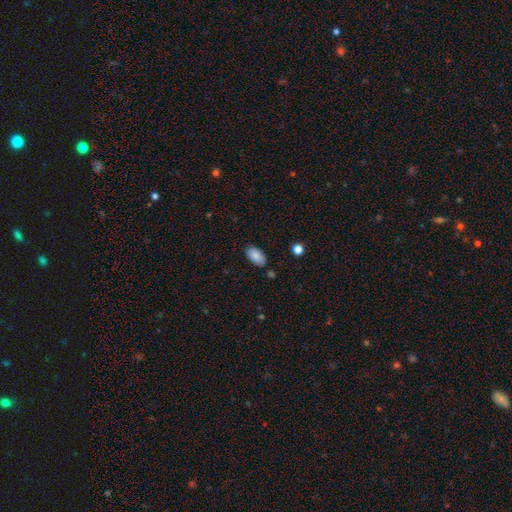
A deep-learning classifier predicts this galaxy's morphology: This appears to be a smooth galaxy with no disk features (86%) that is in between round and cigar-shaped (94%). Merging: none (82%).